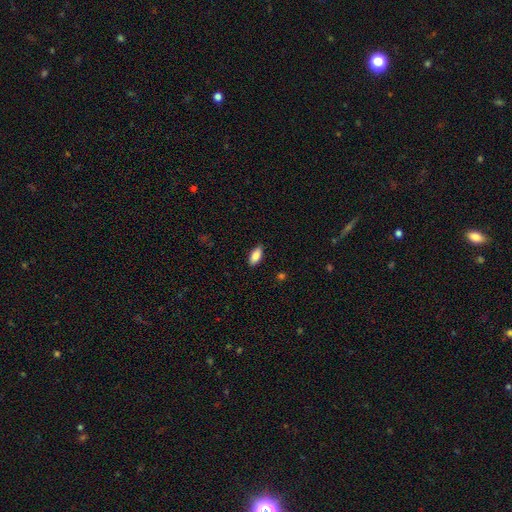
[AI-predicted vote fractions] Overall: smooth (86%). How rounded: in between (87%). Merging: none (87%).